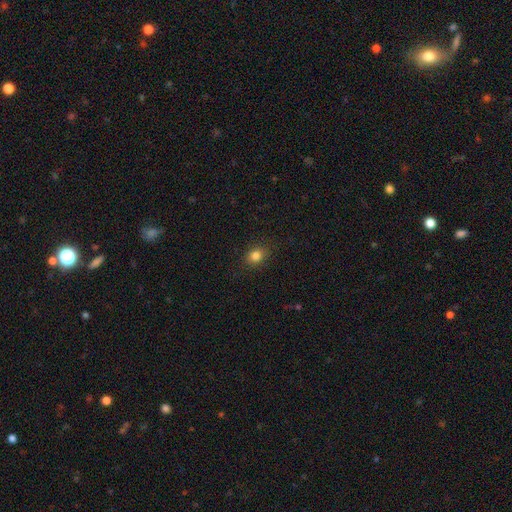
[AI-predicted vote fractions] smooth-or-featured: smooth: 83% | star or artifact: 12% | featured or disk: 6%
  how-rounded: round: 56% | in between: 43% | cigar-shaped: 1%
  merging: none: 87% | minor disturbance: 9% | major disturbance: 2% | merger: 1%